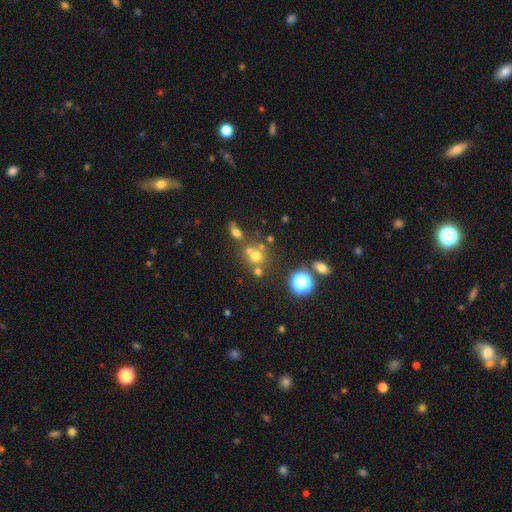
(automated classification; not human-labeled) This is likely a smooth galaxy (61%). How rounded: clearly round (82%). Merging: possibly none (54%).